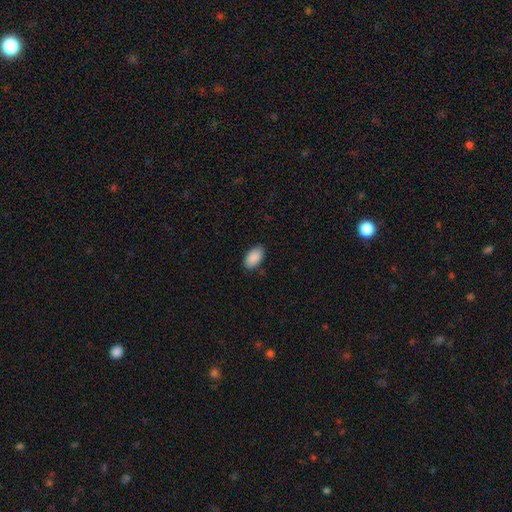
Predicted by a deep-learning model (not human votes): A smooth galaxy with no disk features (90%) that is in between round and cigar-shaped (95%).

Vote fractions:
- Smooth or featured? smooth: 90% / star or artifact: 7% / featured or disk: 3%
- How rounded? in between: 95% / round: 4% / cigar-shaped: 1%
- Merging? none: 87% / minor disturbance: 10% / major disturbance: 2% / merger: 1%